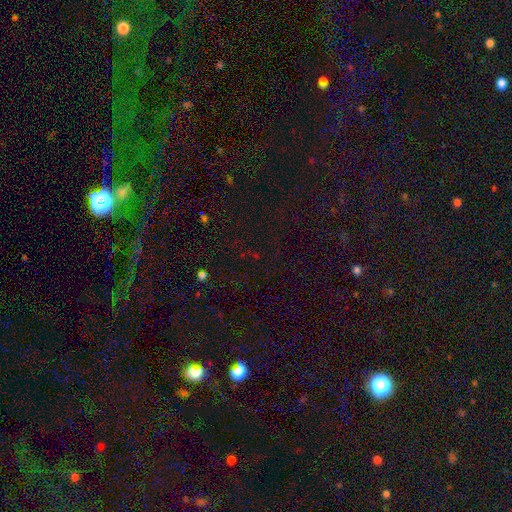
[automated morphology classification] smooth-or-featured: star or artifact: 67% | smooth: 26% | featured or disk: 7%